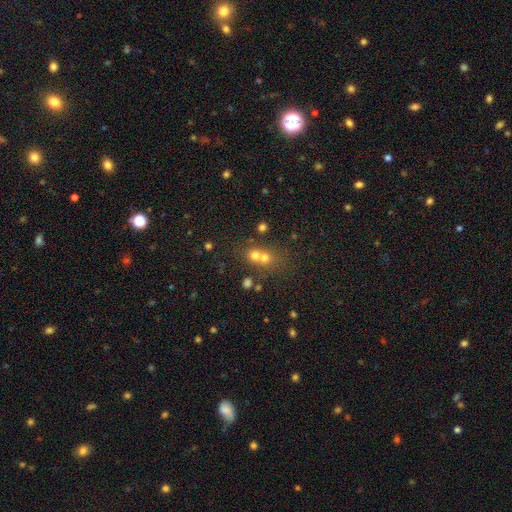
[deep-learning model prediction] smooth-or-featured: smooth: 63% | star or artifact: 20% | featured or disk: 17%
  how-rounded: round: 79% | in between: 20% | cigar-shaped: 1%
  merging: merger: 56% | none: 35% | minor disturbance: 6% | major disturbance: 3%